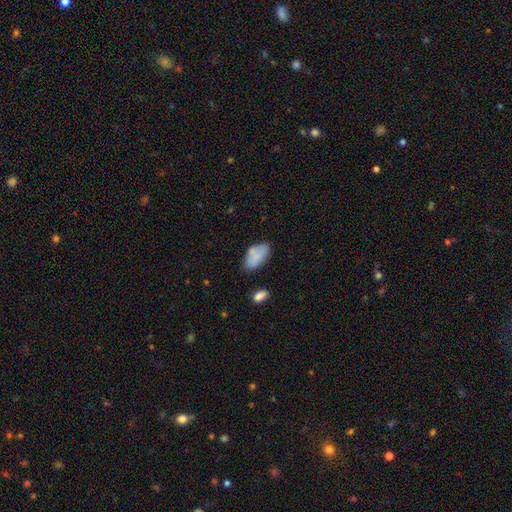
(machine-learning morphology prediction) Smooth or featured?
  - smooth: 81% *
  - featured or disk: 11%
  - star or artifact: 7%
How rounded?
  - in between: 94% *
  - round: 3%
  - cigar-shaped: 3%
Merging?
  - none: 62% *
  - minor disturbance: 24%
  - merger: 8%
  - major disturbance: 7%